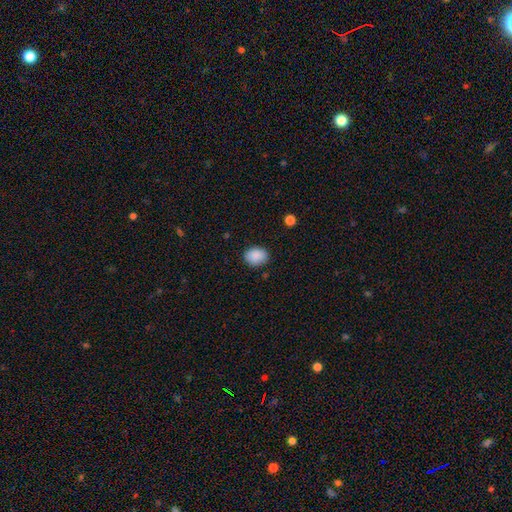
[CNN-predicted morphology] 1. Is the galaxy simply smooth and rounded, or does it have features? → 89% smooth, 8% star or artifact, 3% featured or disk.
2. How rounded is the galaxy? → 56% in between, 43% round, 1% cigar-shaped.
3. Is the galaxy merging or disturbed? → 85% none, 11% minor disturbance, 3% major disturbance, 1% merger.